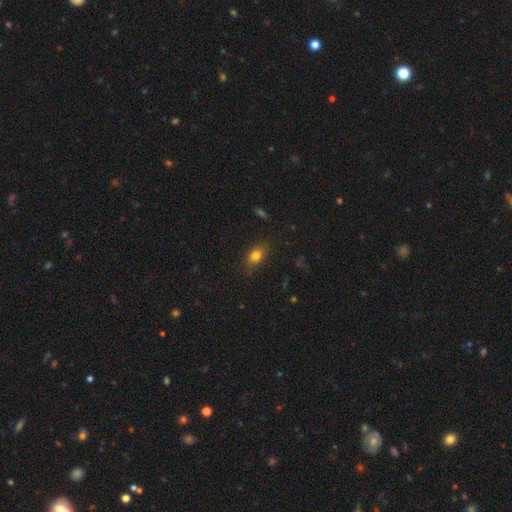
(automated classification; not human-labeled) Morphology: type=smooth (79%); roundness=in between (72%); merging=none (81%).